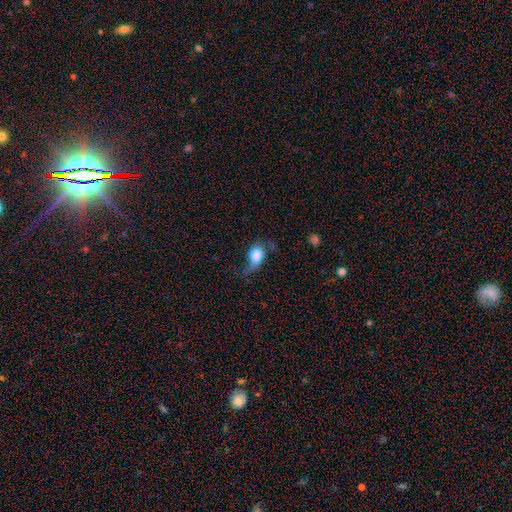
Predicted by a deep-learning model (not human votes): Smooth or featured? Predicted: smooth (p=0.72). How rounded? Predicted: in between (p=0.67). Merging? Predicted: none (p=0.37).